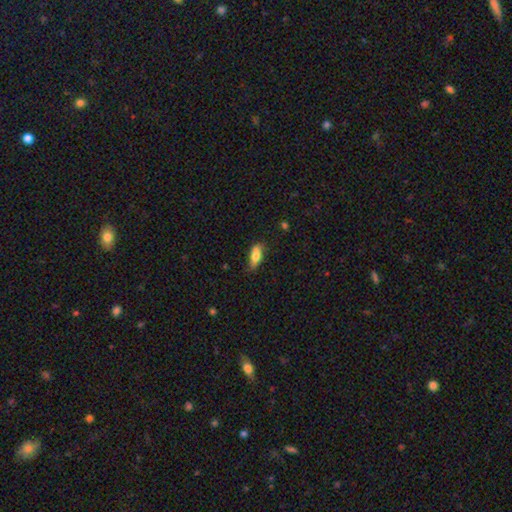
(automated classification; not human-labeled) This is likely a smooth galaxy (73%). How rounded: likely in between (70%). Merging: likely none (65%).